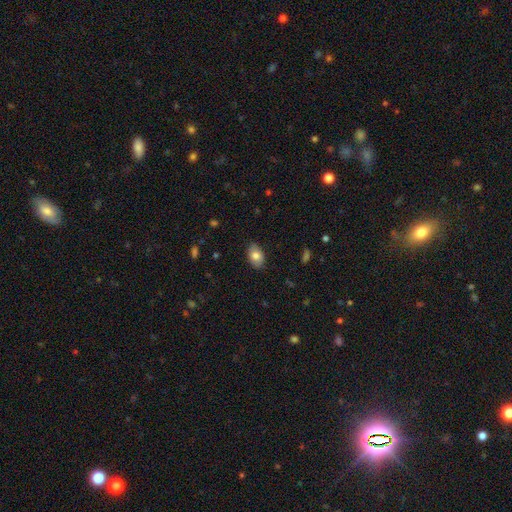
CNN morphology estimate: A smooth galaxy with no disk features (80%) that is in between round and cigar-shaped (88%).

Vote fractions:
- Smooth or featured? smooth: 80% / featured or disk: 13% / star or artifact: 7%
- How rounded? in between: 88% / round: 11% / cigar-shaped: 1%
- Merging? none: 86% / minor disturbance: 11% / major disturbance: 2% / merger: 1%